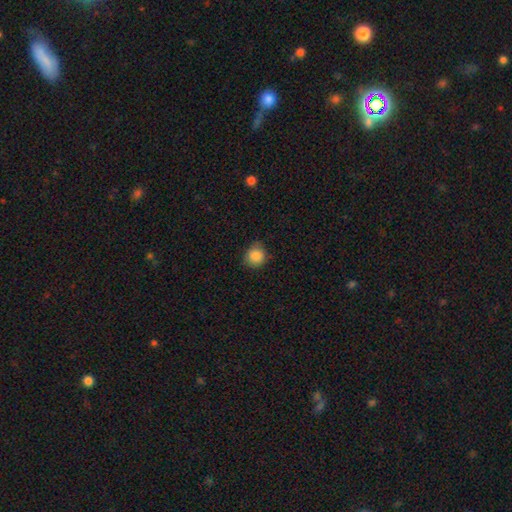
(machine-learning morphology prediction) smooth 87%, star or artifact 9%, featured or disk 4%. Down the decision tree: how rounded — round (86%); merging — none (79%).